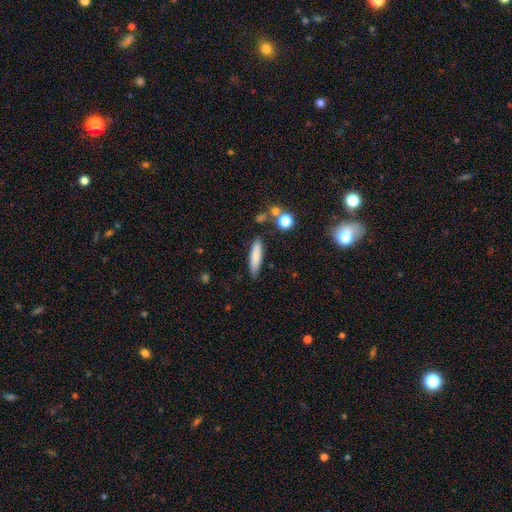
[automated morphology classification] Smooth or featured? Predicted: smooth (p=0.81). How rounded? Predicted: cigar-shaped (p=0.78). Merging? Predicted: none (p=0.84).